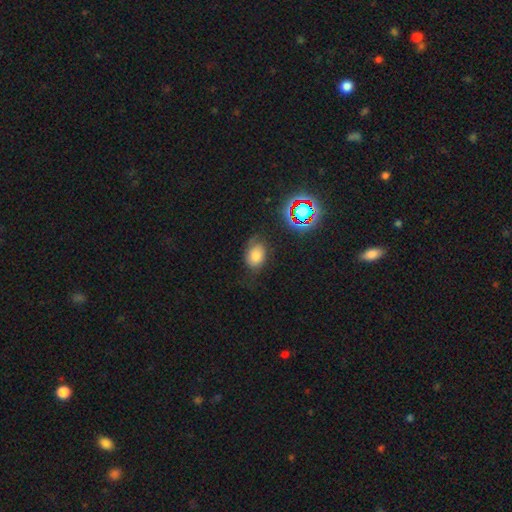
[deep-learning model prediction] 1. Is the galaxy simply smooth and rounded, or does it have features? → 64% smooth, 20% featured or disk, 16% star or artifact.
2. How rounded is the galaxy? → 68% in between, 31% round, 1% cigar-shaped.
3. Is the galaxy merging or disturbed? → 57% none, 27% minor disturbance, 14% major disturbance, 2% merger.